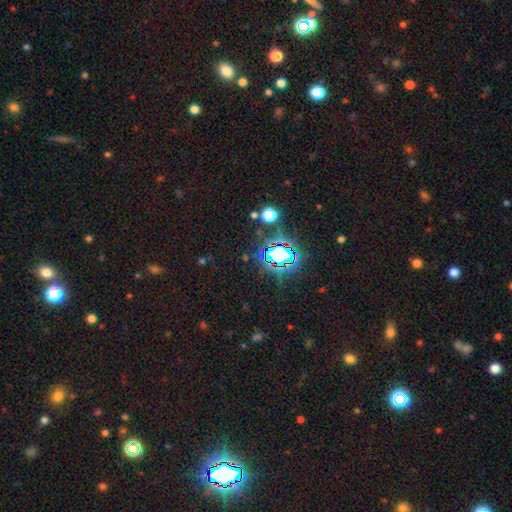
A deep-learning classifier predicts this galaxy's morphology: This is likely a star or artifact rather than a galaxy (79%).